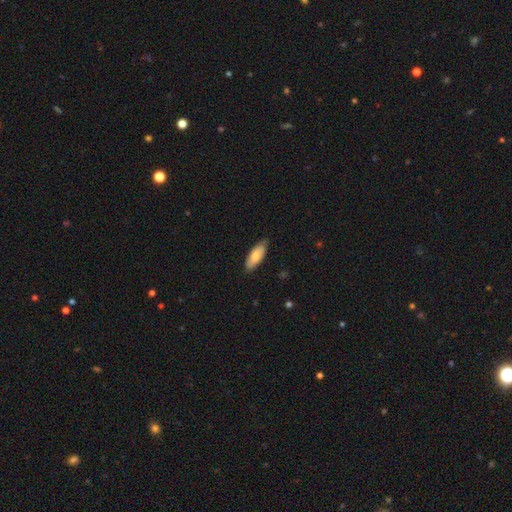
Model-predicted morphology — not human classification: smooth 78%, featured or disk 16%, star or artifact 5%. Down the decision tree: how rounded — in between (75%); merging — none (81%).